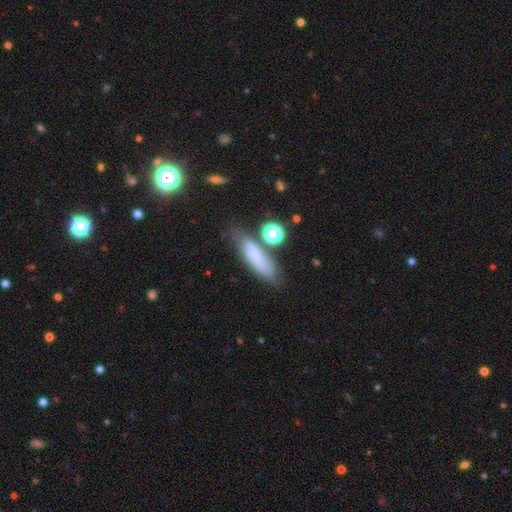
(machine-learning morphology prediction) smooth 69%, featured or disk 20%, star or artifact 11%. Down the decision tree: how rounded — cigar-shaped (58%); merging — none (67%).